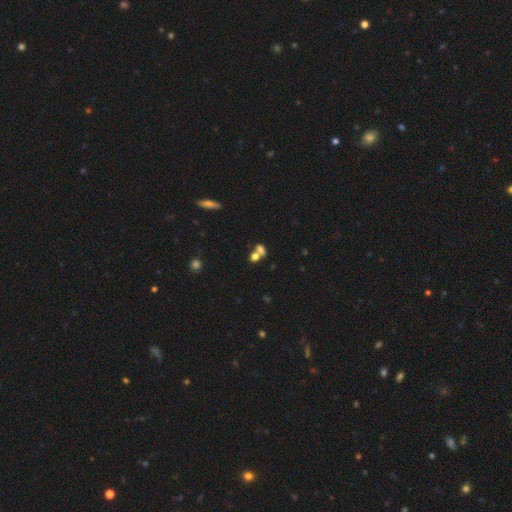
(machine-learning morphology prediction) Smooth or featured? Predicted: smooth (p=0.69). How rounded? Predicted: in between (p=0.52). Merging? Predicted: merger (p=0.57).